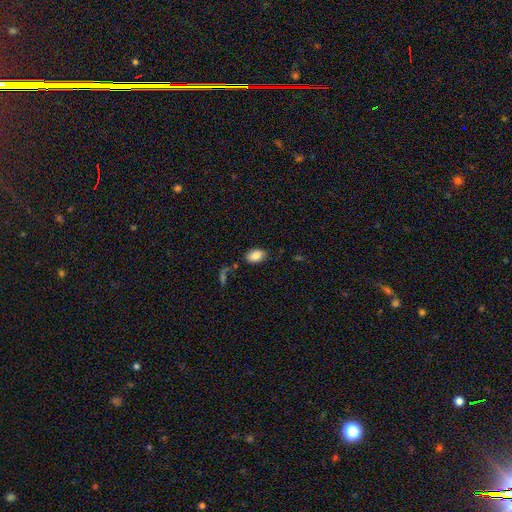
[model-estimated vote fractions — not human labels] A smooth galaxy with no disk features (86%) that is in between round and cigar-shaped (90%). Merging: none (79%).